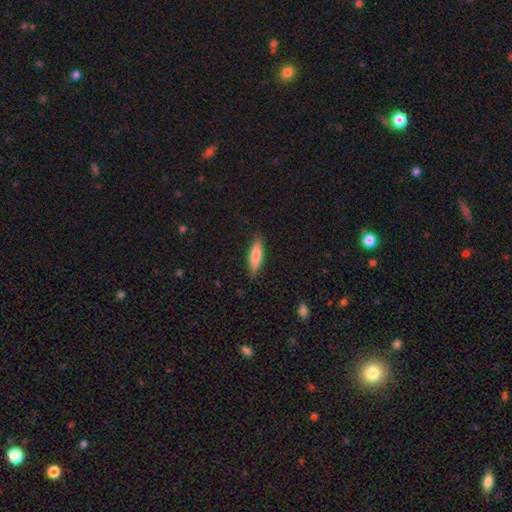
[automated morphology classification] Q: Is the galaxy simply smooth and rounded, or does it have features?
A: smooth — 76%.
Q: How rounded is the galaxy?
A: cigar-shaped — 65%.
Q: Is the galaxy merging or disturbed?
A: none — 84%.